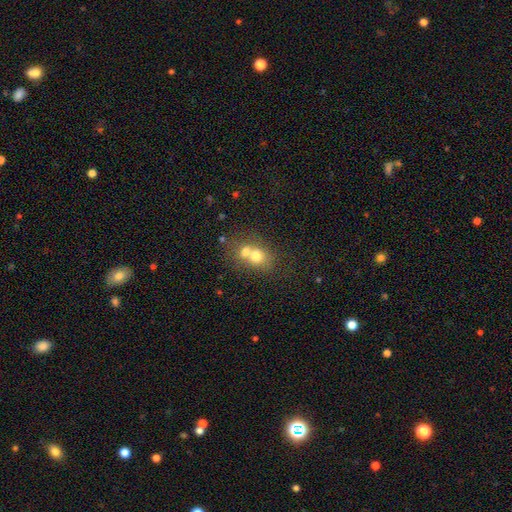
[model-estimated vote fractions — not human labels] smooth 69%, featured or disk 20%, star or artifact 11%. Down the decision tree: how rounded — round (63%); merging — merger (63%).